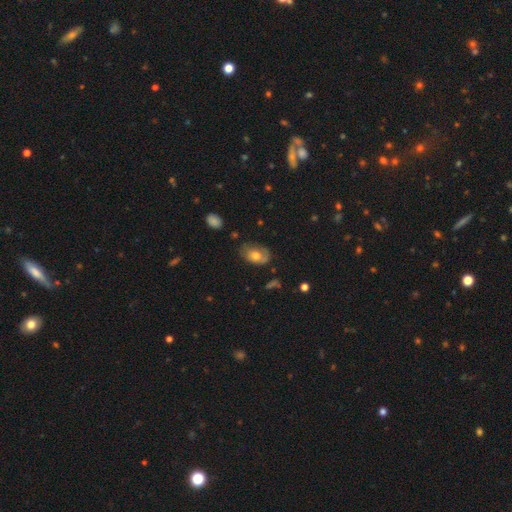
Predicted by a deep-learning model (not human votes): Q: Smooth or featured?
A: smooth (63%); runner-up: featured or disk (29%)
Q: How rounded?
A: in between (84%); runner-up: round (14%)
Q: Merging?
A: none (58%); runner-up: minor disturbance (30%)